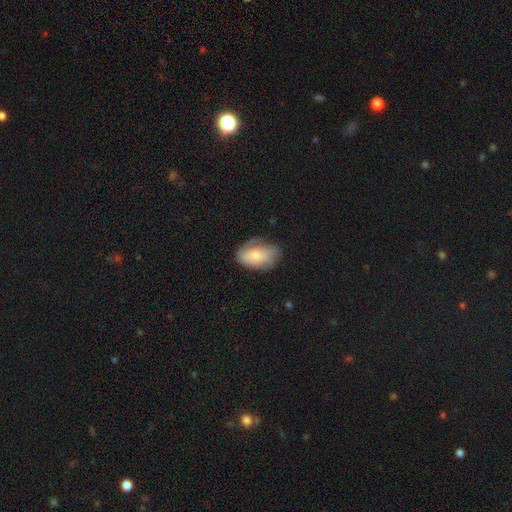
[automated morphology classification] Q: Smooth or featured?
A: smooth (68%); runner-up: featured or disk (25%)
Q: How rounded?
A: in between (89%); runner-up: round (9%)
Q: Merging?
A: none (55%); runner-up: minor disturbance (31%)